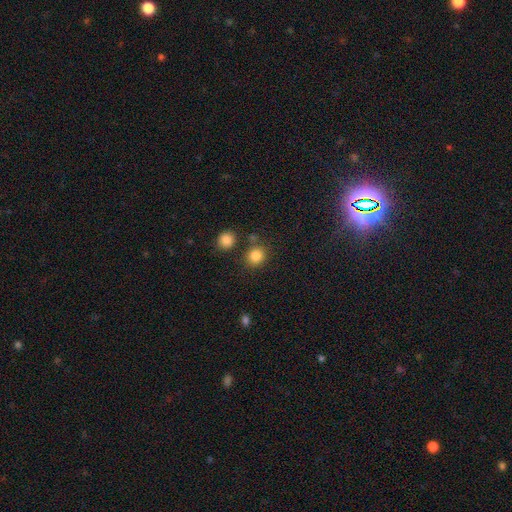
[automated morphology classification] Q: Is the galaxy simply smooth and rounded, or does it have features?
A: smooth — 84%.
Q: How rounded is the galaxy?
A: round — 81%.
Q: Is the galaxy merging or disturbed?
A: none — 77%.